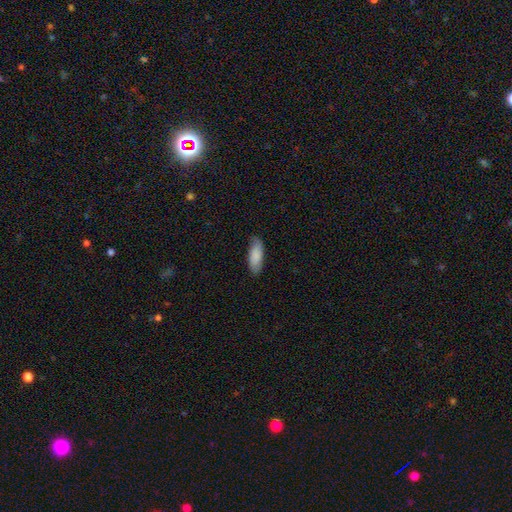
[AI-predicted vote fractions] Q: Smooth or featured?
A: smooth (84%); runner-up: featured or disk (10%)
Q: How rounded?
A: in between (71%); runner-up: cigar-shaped (28%)
Q: Merging?
A: none (82%); runner-up: minor disturbance (15%)